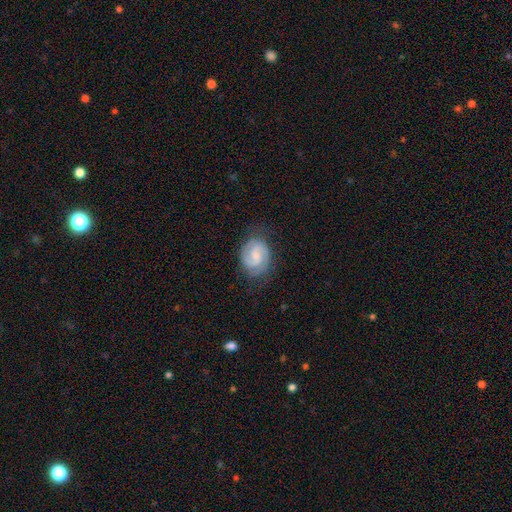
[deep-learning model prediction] This appears to be a featured or disk galaxy (76%) with a weak bar (53%), 2 (87%) medium (47%) spiral arms (95%) and a small central bulge (54%). Merging: none (76%).